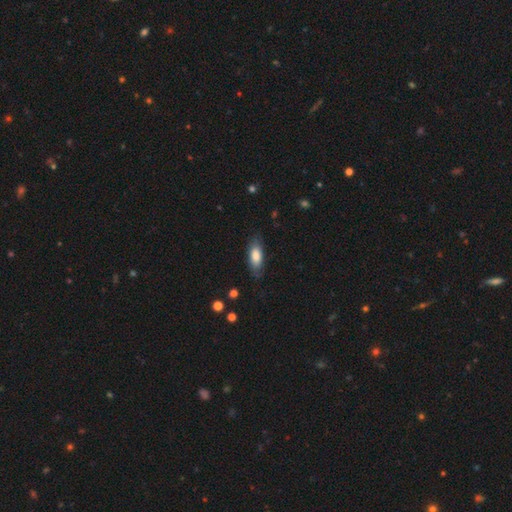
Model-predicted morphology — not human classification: smooth_or_featured: smooth (p=0.78) [alt: featured or disk p=0.16]
how_rounded: in between (p=0.78) [alt: cigar-shaped p=0.20]
merging: none (p=0.78) [alt: minor disturbance p=0.16]